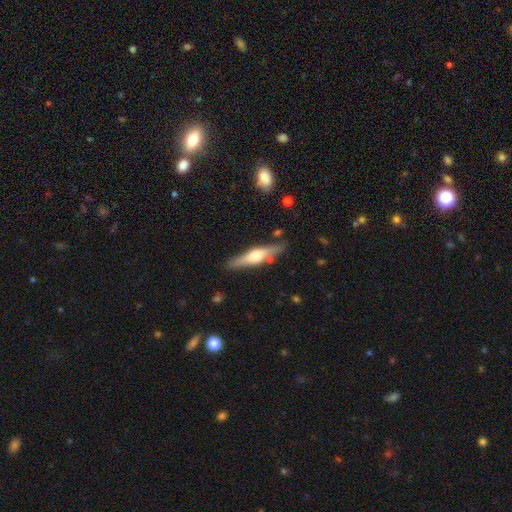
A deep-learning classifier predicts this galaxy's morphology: Q: Smooth or featured?
A: featured or disk (62%); runner-up: smooth (33%)
Q: Edge-on disk?
A: yes (95%); runner-up: no (5%)
Q: Edge-on bulge?
A: rounded (92%); runner-up: boxy (6%)
Q: Merging?
A: none (84%); runner-up: minor disturbance (10%)